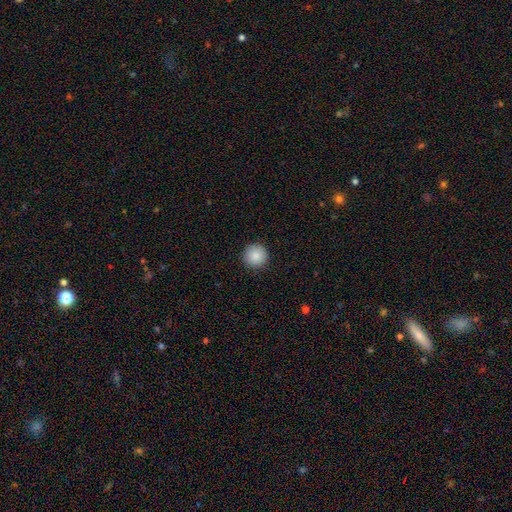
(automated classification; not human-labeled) A smooth galaxy with no disk features (88%) that is round (96%).

Vote fractions:
- Smooth or featured? smooth: 88% / star or artifact: 8% / featured or disk: 4%
- How rounded? round: 96% / in between: 3% / cigar-shaped: 1%
- Merging? none: 92% / minor disturbance: 5% / major disturbance: 2% / merger: 1%